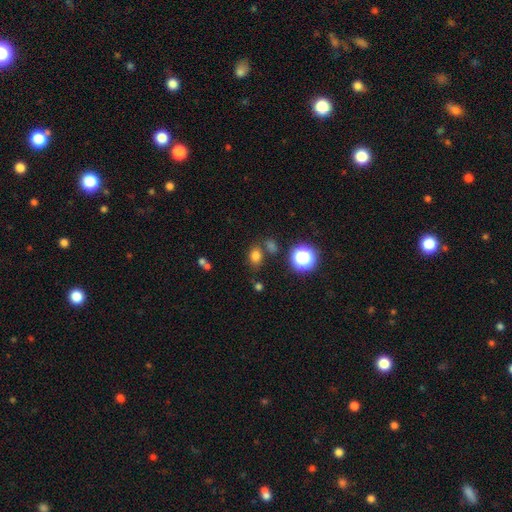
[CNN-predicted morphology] Smooth or featured? smooth (74%)
How rounded? in between (58%)
Merging? none (71%)